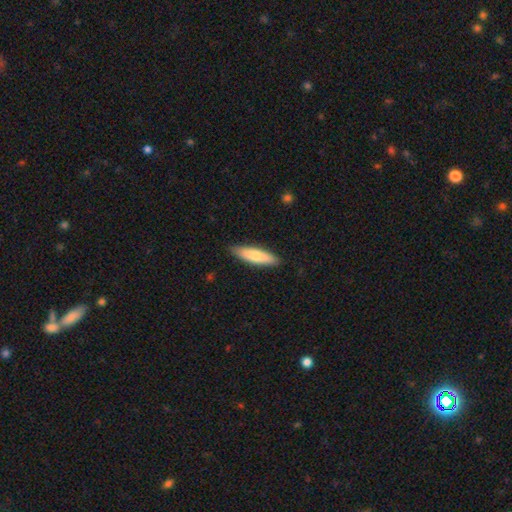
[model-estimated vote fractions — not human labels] Smooth or featured? Predicted: smooth (p=0.75). How rounded? Predicted: cigar-shaped (p=0.67). Merging? Predicted: none (p=0.87).